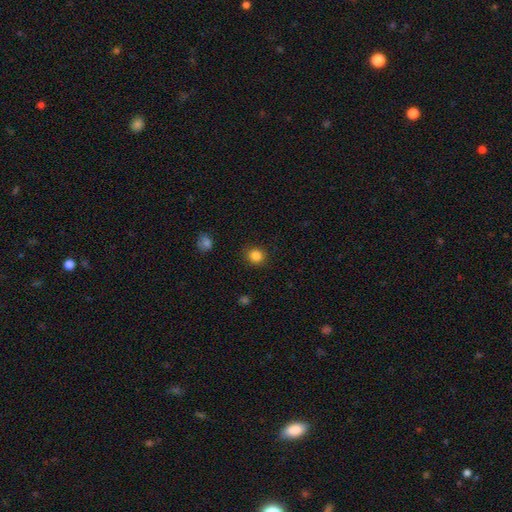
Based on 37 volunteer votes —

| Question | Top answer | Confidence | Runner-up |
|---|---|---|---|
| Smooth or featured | smooth | 86% | featured or disk (8%) |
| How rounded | round | 88% | in between (12%) |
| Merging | none | 80% | minor disturbance (11%) |